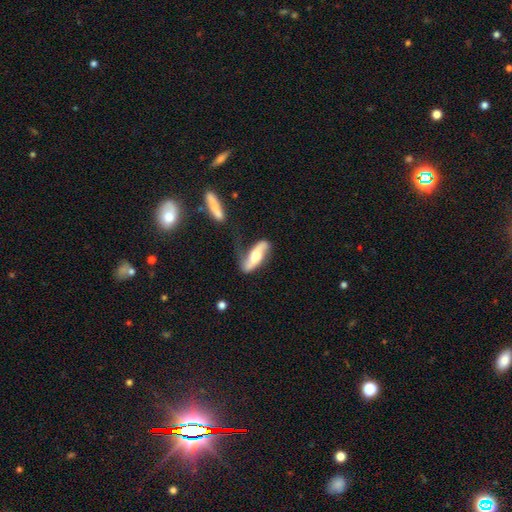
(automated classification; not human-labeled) Q: Smooth or featured?
A: featured or disk (68%); runner-up: smooth (26%)
Q: Edge-on disk?
A: no (79%); runner-up: yes (21%)
Q: Bar?
A: no (47%); runner-up: weak (30%)
Q: Spiral arms?
A: yes (90%); runner-up: no (10%)
Q: Bulge size?
A: moderate (42%); runner-up: large (31%)
Q: Merging?
A: none (57%); runner-up: minor disturbance (24%)